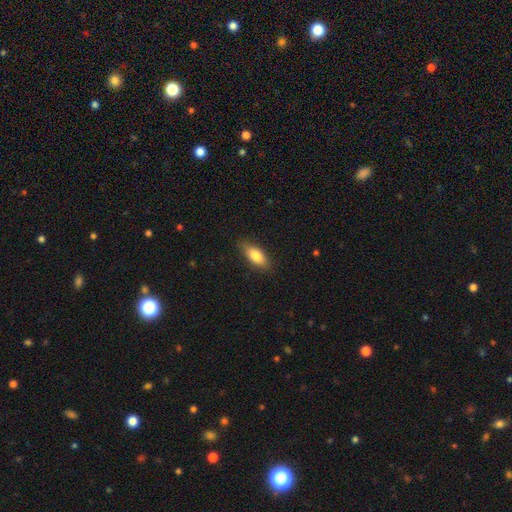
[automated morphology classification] Overall: smooth (82%). How rounded: in between (81%). Merging: none (85%).